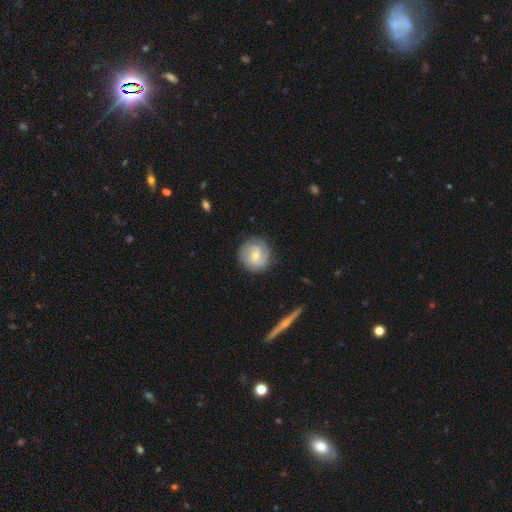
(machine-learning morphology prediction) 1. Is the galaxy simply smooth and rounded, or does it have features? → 65% featured or disk, 29% smooth, 6% star or artifact.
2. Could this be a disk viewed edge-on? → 97% no, 3% yes.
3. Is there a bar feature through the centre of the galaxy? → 47% no, 44% weak, 9% strong.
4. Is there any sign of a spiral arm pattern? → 90% yes, 10% no.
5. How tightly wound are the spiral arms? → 49% tight, 37% medium, 14% loose.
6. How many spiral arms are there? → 55% 2, 22% can't tell, 13% 3, 5% 1, 3% 4, 3% more than 4.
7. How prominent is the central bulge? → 55% small, 41% moderate, 2% none, 2% large, 1% dominant.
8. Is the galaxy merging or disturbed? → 84% none, 11% minor disturbance, 4% major disturbance, 1% merger.